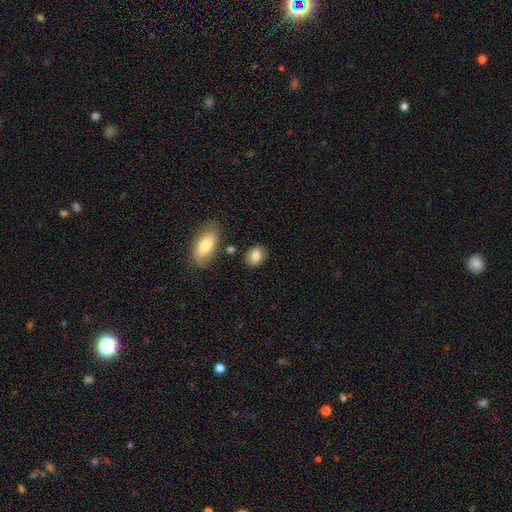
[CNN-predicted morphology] This is likely a smooth galaxy (79%). How rounded: likely in between (64%). Merging: clearly none (80%).